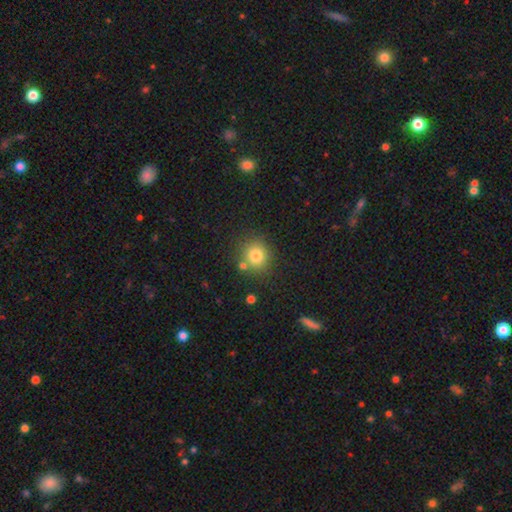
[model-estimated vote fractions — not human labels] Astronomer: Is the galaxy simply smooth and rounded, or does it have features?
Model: smooth — 79%.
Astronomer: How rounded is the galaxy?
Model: round — 86%.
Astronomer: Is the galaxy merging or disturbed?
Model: none — 76%.